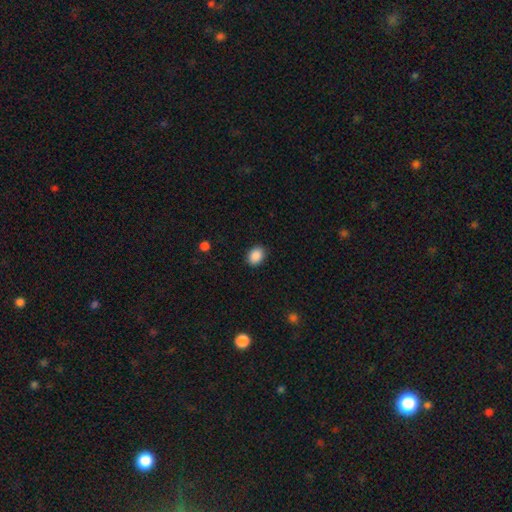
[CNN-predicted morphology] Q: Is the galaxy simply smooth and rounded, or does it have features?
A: smooth — 89%.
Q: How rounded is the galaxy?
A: in between — 66%.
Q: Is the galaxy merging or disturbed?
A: none — 88%.